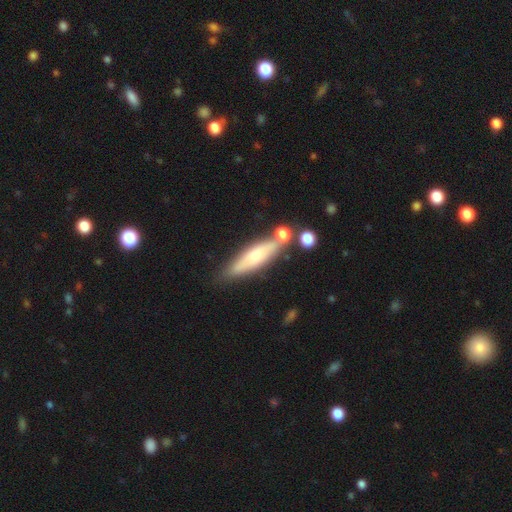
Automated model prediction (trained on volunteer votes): Smooth or featured? smooth (54%)
How rounded? cigar-shaped (73%)
Merging? none (67%)